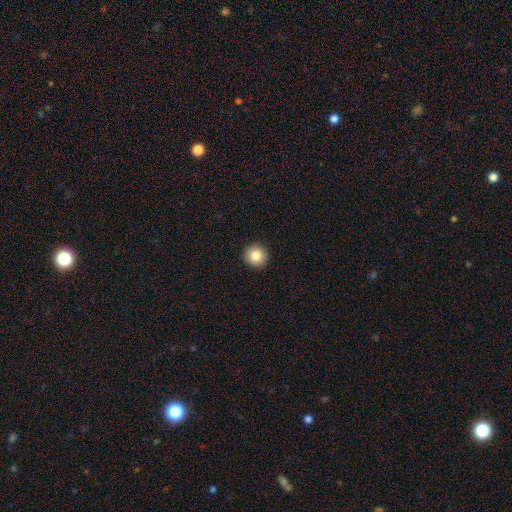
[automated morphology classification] Smooth or featured? Predicted: smooth (p=0.83). How rounded? Predicted: round (p=0.95). Merging? Predicted: none (p=0.92).